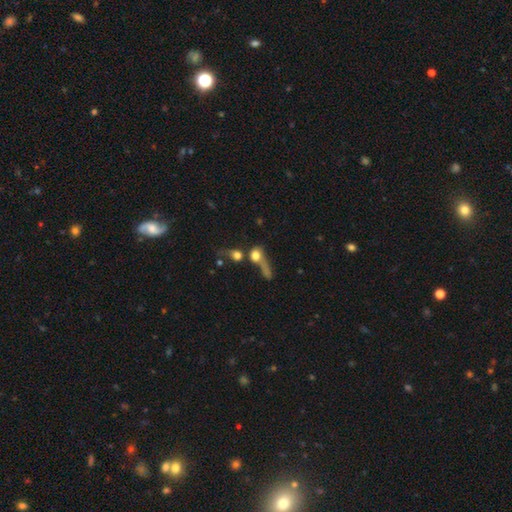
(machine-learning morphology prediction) A smooth galaxy with no disk features (67%) that is round (62%).

Vote fractions:
- Smooth or featured? smooth: 67% / featured or disk: 20% / star or artifact: 13%
- How rounded? round: 62% / in between: 28% / cigar-shaped: 10%
- Merging? merger: 44% / none: 25% / major disturbance: 21% / minor disturbance: 10%